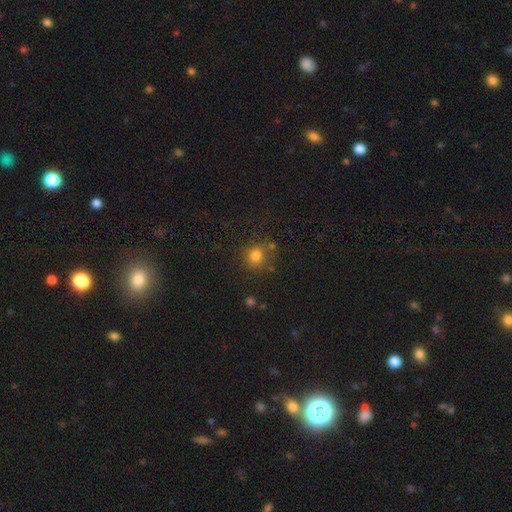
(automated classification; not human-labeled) A smooth galaxy with no disk features (78%) that is round (85%). Merging: none (72%).